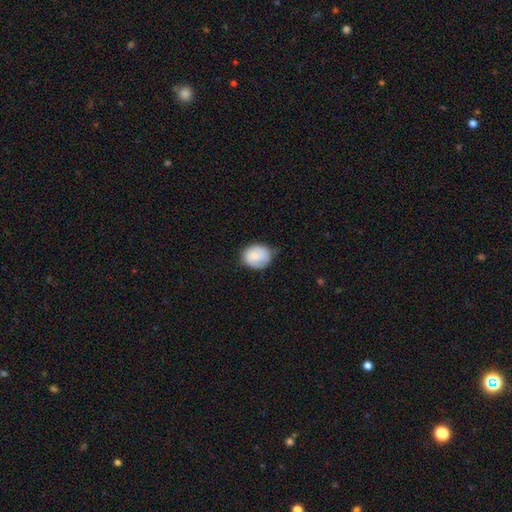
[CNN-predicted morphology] smooth 76%, featured or disk 17%, star or artifact 7%. Down the decision tree: how rounded — round (67%); merging — none (62%).